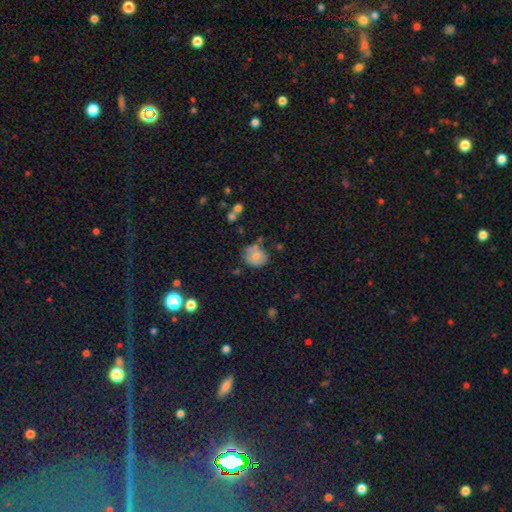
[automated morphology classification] The model was most divided on "merging": none: 58%, minor disturbance: 26%, merger: 9%, major disturbance: 7%. More confident: smooth or featured — smooth (69%); how rounded — round (67%).